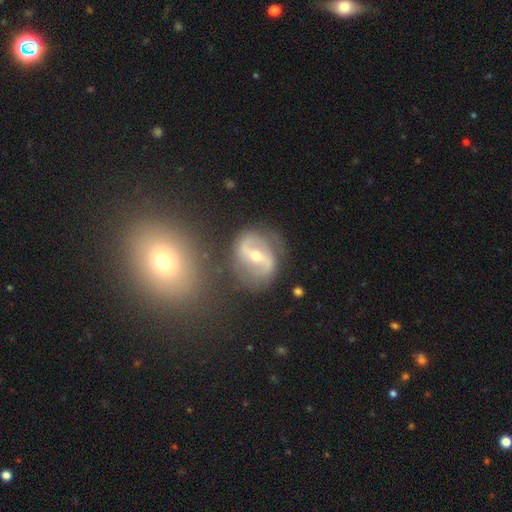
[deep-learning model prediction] featured or disk 84%, smooth 10%, star or artifact 6%. Down the decision tree: edge-on disk — no (97%); bar — strong (53%); spiral arms — yes (90%); spiral arm count — 2 (91%); spiral winding — medium (44%); bulge size — moderate (54%); merging — none (75%).